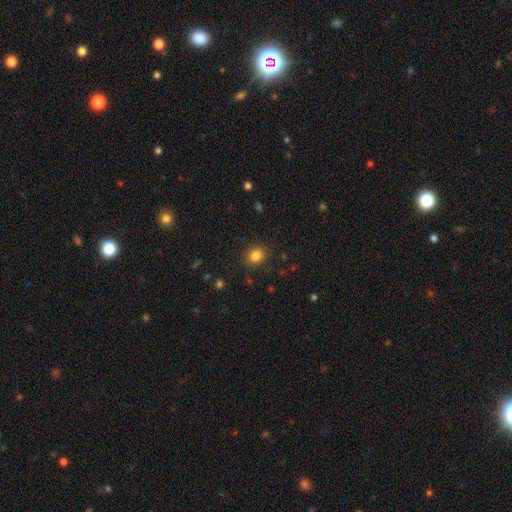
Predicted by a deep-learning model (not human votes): Smooth or featured? smooth (84%)
How rounded? round (77%)
Merging? none (88%)